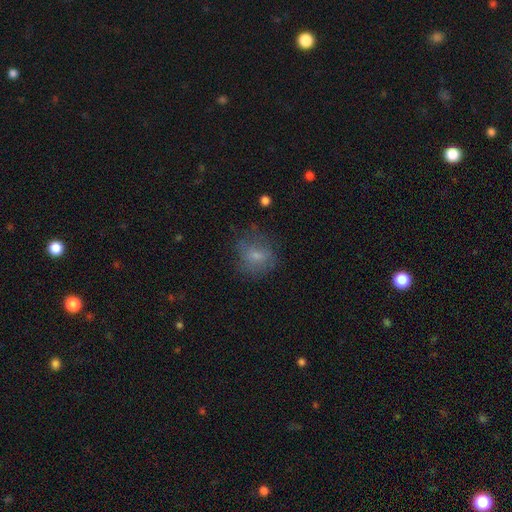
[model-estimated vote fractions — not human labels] smooth-or-featured: smooth: 66% | featured or disk: 23% | star or artifact: 11%
  how-rounded: round: 64% | in between: 35% | cigar-shaped: 1%
  merging: none: 58% | minor disturbance: 24% | major disturbance: 16% | merger: 2%